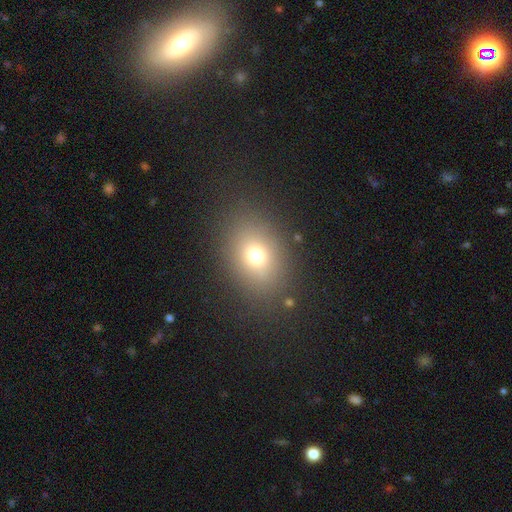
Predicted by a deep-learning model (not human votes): Smooth or featured? Predicted: smooth (p=0.71). How rounded? Predicted: in between (p=0.63). Merging? Predicted: none (p=0.82).